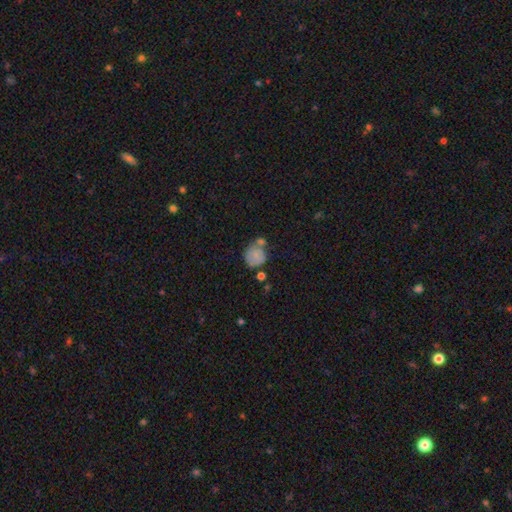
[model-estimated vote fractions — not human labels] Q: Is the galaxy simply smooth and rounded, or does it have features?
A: smooth — 75%.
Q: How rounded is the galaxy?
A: round — 77%.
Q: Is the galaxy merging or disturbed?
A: none — 44%.